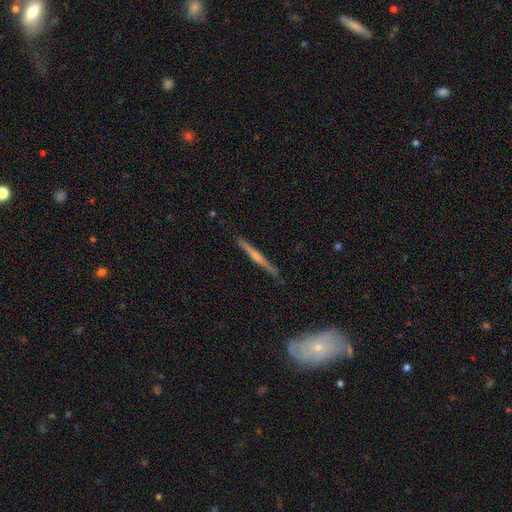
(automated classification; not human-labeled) The model was most divided on "edge-on bulge": rounded: 65%, none: 27%, boxy: 8%. More confident: edge-on disk — yes (98%); merging — none (89%); smooth or featured — featured or disk (72%).